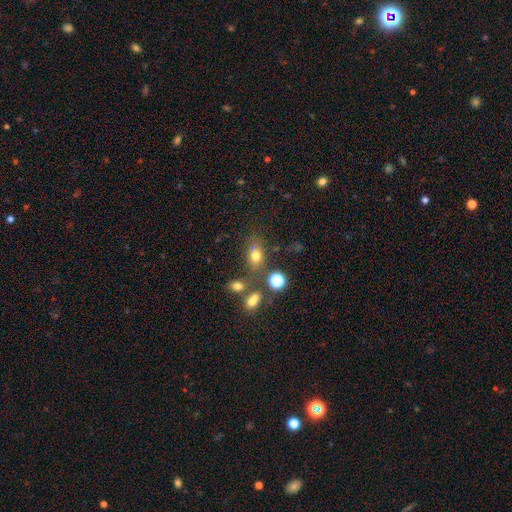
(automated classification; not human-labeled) Smooth or featured? Predicted: smooth (p=0.70). How rounded? Predicted: in between (p=0.68). Merging? Predicted: none (p=0.60).